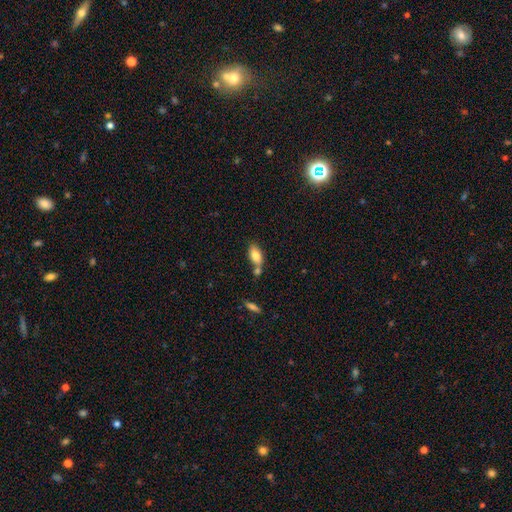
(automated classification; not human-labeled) Smooth or featured? Predicted: smooth (p=0.79). How rounded? Predicted: in between (p=0.89). Merging? Predicted: none (p=0.51).